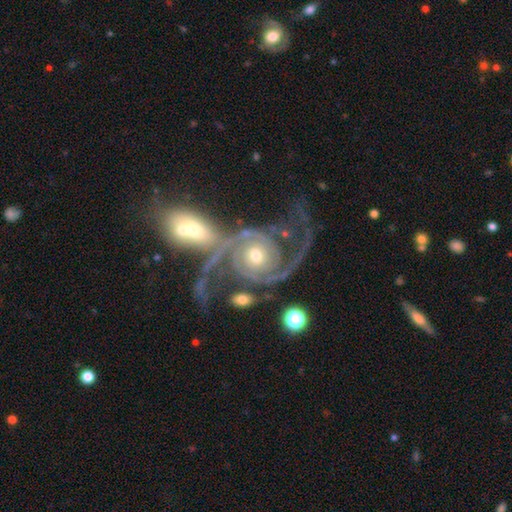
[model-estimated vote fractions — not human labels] This appears to be a featured or disk galaxy (92%) with no bar (70%), 2 (80%) tight (44%) spiral arms (98%) and a moderate central bulge (56%). Merging: merger (42%).